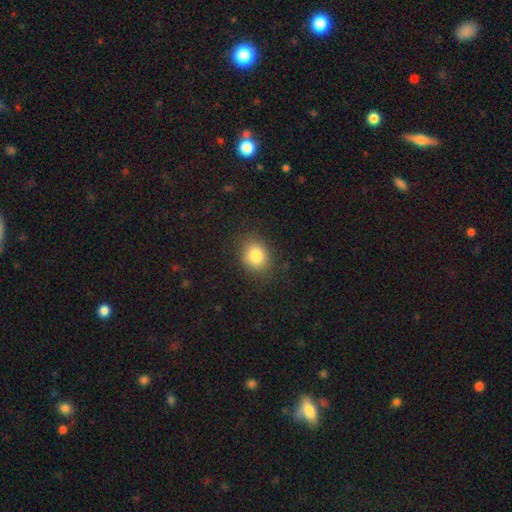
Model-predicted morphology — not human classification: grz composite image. It shows a smooth galaxy with no disk features (83%) that is round (59%). Merging: none (83%).